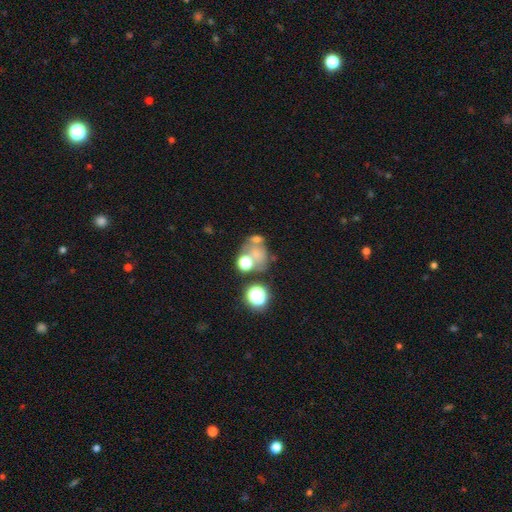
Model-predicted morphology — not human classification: A smooth galaxy with no disk features (41%). Merging: none (39%).